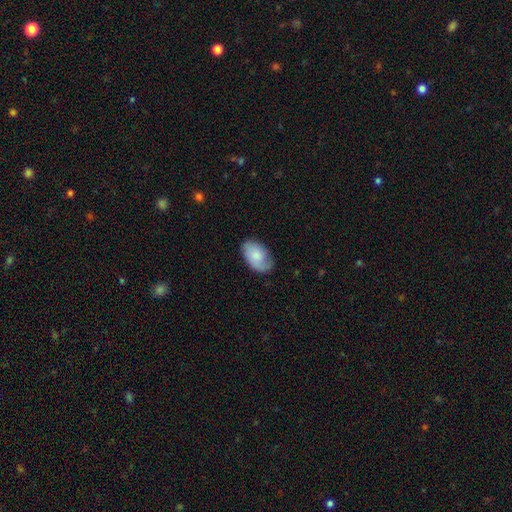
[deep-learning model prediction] This appears to be a smooth galaxy with no disk features (65%) that is in between round and cigar-shaped (92%). Merging: none (69%).